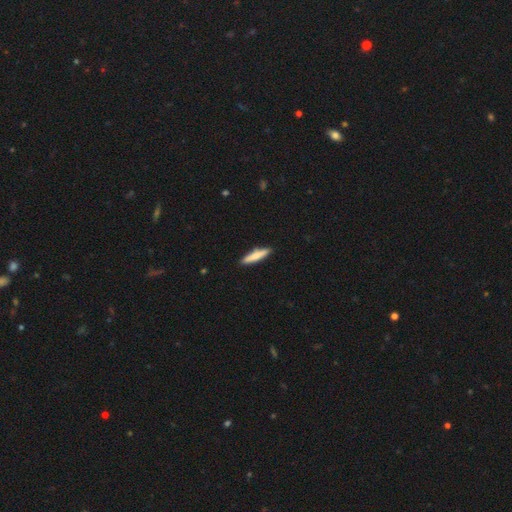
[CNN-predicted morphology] Smooth or featured: smooth — 75% (featured or disk — 20%)
How rounded: cigar-shaped — 86% (in between — 12%)
Merging: none — 90% (minor disturbance — 7%)